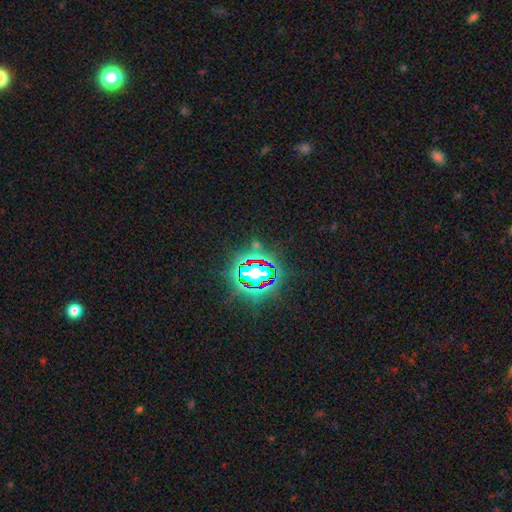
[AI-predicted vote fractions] A star or artifact, not a galaxy (81%).